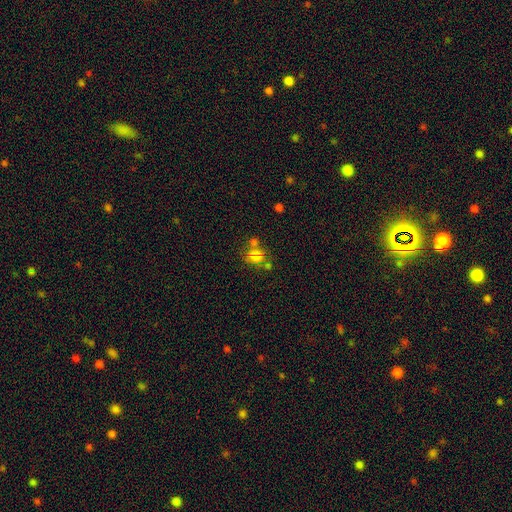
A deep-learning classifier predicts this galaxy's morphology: type=smooth (64%); roundness=round (68%); merging=none (44%).